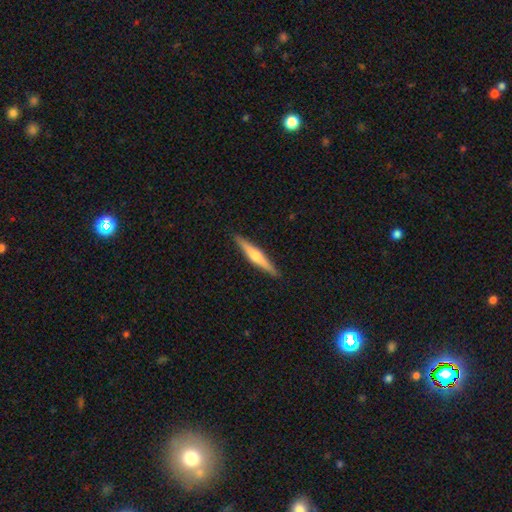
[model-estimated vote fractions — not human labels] Smooth or featured?
  - featured or disk: 60% *
  - smooth: 35%
  - star or artifact: 5%
Edge-on disk?
  - yes: 97% *
  - no: 3%
Edge-on bulge?
  - rounded: 85% *
  - none: 10%
  - boxy: 5%
Merging?
  - none: 91% *
  - minor disturbance: 6%
  - major disturbance: 1%
  - merger: 1%